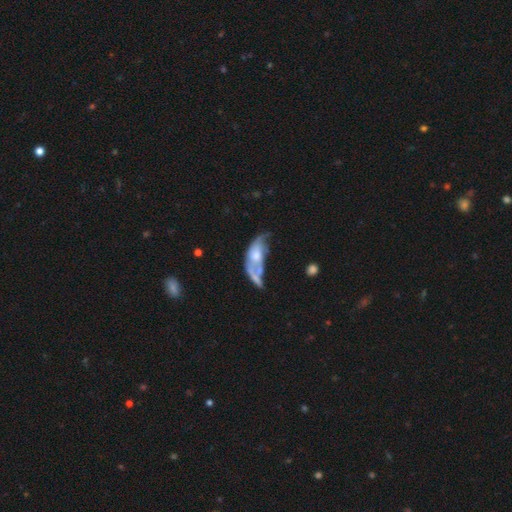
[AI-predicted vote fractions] smooth-or-featured: featured or disk: 54% | smooth: 39% | star or artifact: 7%
  disk-edge-on: no: 85% | yes: 15%
  merging: major disturbance: 34% | merger: 23% | minor disturbance: 22% | none: 21%